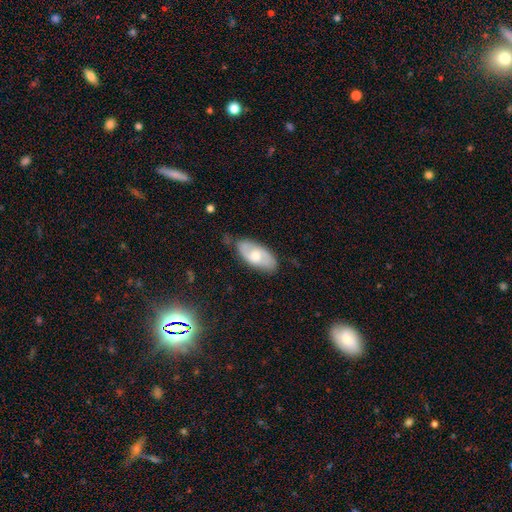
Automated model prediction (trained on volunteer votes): This is possibly a featured or disk galaxy (50%). Merging: likely none (72%).